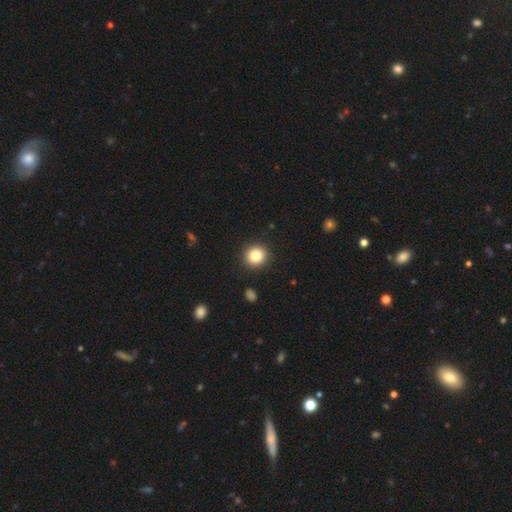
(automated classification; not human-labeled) This is clearly a smooth galaxy (83%). How rounded: clearly round (91%). Merging: clearly none (91%).